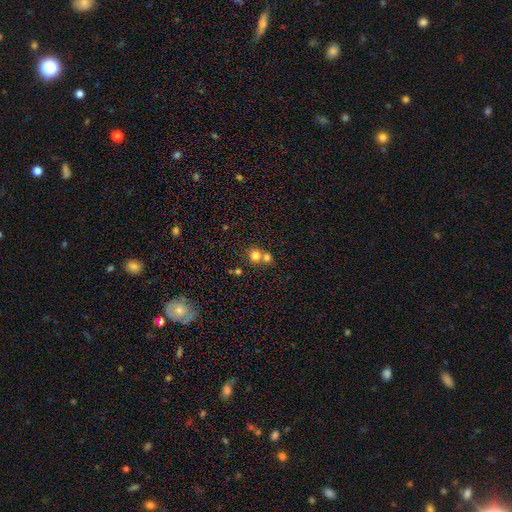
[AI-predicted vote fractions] Smooth or featured? Predicted: smooth (p=0.77). How rounded? Predicted: round (p=0.86). Merging? Predicted: none (p=0.47).